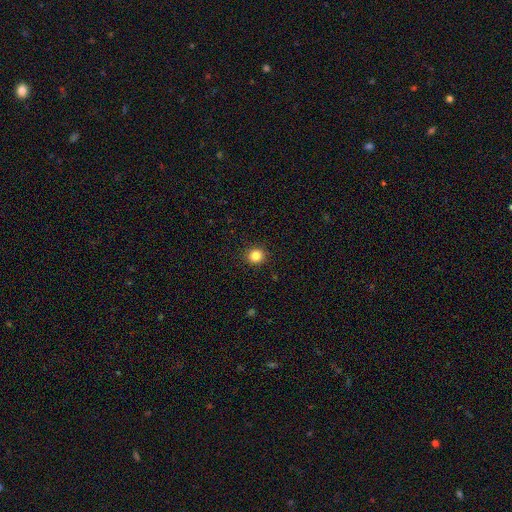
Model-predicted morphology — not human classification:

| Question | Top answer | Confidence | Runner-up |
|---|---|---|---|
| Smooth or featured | smooth | 84% | star or artifact (11%) |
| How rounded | round | 88% | in between (11%) |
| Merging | none | 91% | minor disturbance (6%) |